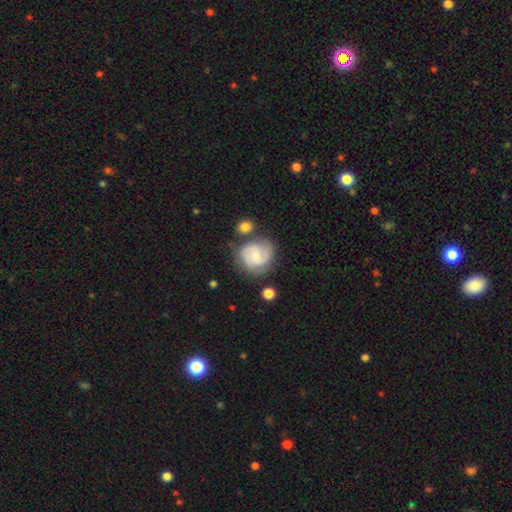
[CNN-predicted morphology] This appears to be a featured or disk galaxy (64%) with no bar (58%), 2 (62%) tight (44%) spiral arms (88%) and a small central bulge (53%). Merging: none (60%).